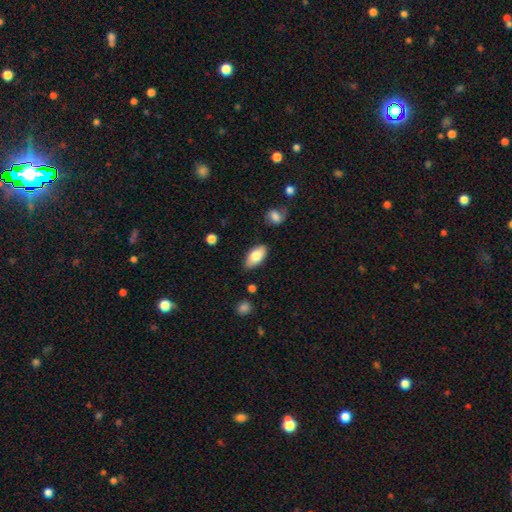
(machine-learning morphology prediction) This is likely a smooth galaxy (80%). How rounded: clearly in between (92%). Merging: clearly none (81%).